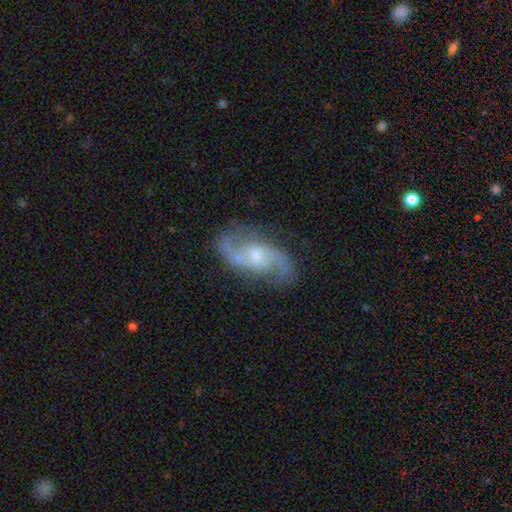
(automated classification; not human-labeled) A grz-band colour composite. It shows a featured or disk galaxy (86%) with no bar (47%), 2 (91%) loose (45%) spiral arms (96%) and a small central bulge (49%). Merging: none (78%).